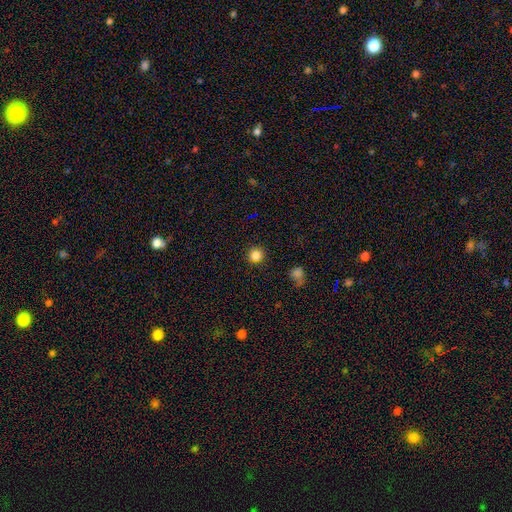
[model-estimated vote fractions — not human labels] Morphology: type=smooth (83%); roundness=round (95%); merging=none (91%).